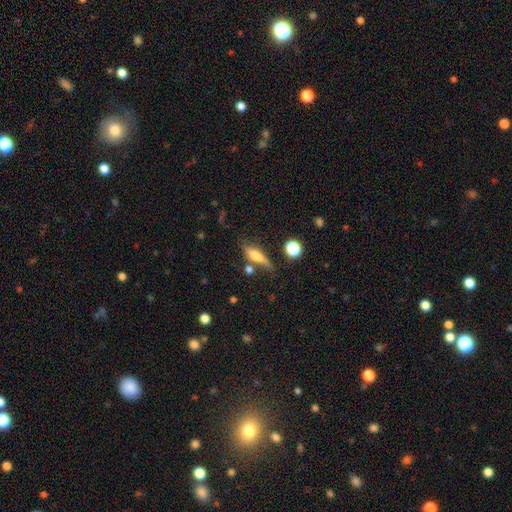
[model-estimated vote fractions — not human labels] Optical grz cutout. It shows a smooth galaxy with no disk features (62%) that is cigar-shaped (59%). Merging: none (51%).